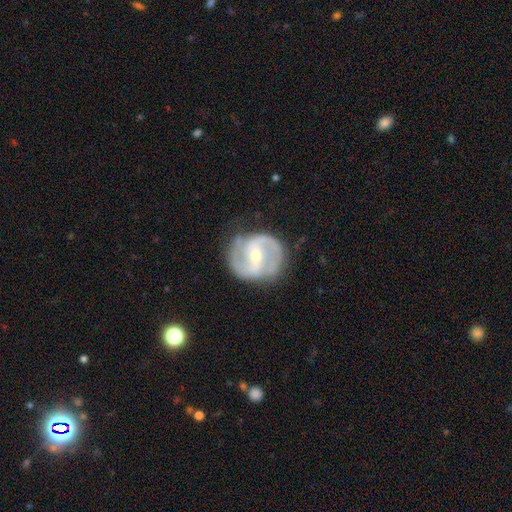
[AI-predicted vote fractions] smooth_or_featured: featured or disk (p=0.87) [alt: smooth p=0.08]
disk_edge_on: no (p=0.98) [alt: yes p=0.02]
bar: weak (p=0.44) [alt: strong p=0.38]
has_spiral_arms: yes (p=0.95) [alt: no p=0.05]
spiral_winding: medium (p=0.54) [alt: tight p=0.24]
spiral_arm_count: 2 (p=0.89) [alt: can't tell p=0.04]
bulge_size: small (p=0.54) [alt: moderate p=0.43]
merging: none (p=0.76) [alt: minor disturbance p=0.16]